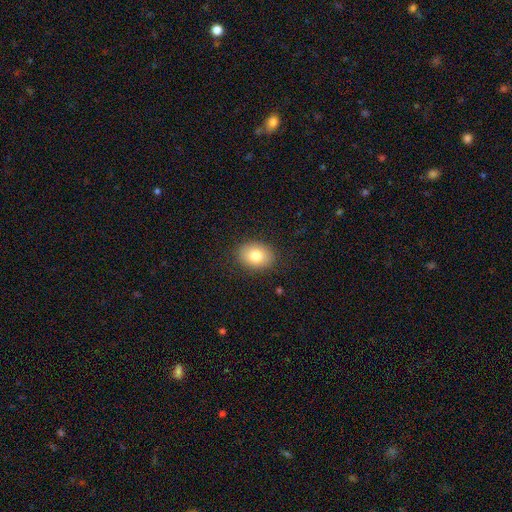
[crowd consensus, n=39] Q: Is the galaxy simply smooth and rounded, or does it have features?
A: smooth — 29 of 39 (74%).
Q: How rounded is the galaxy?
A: in between — 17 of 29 (59%).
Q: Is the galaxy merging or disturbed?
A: none — 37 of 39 (95%).